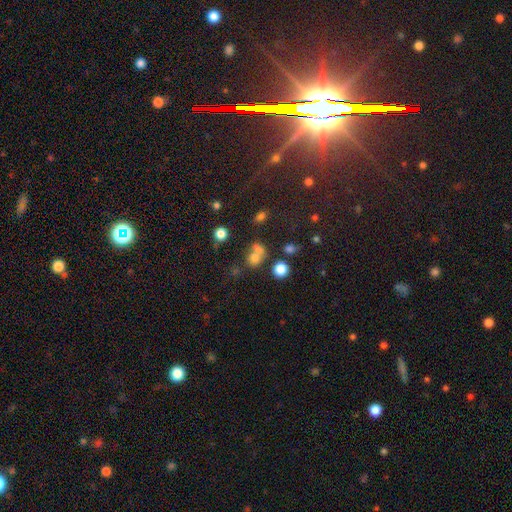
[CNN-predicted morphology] A smooth galaxy with no disk features (68%) that is round (73%).

Vote fractions:
- Smooth or featured? smooth: 68% / star or artifact: 20% / featured or disk: 12%
- How rounded? round: 73% / in between: 26% / cigar-shaped: 1%
- Merging? merger: 43% / none: 42% / minor disturbance: 9% / major disturbance: 6%